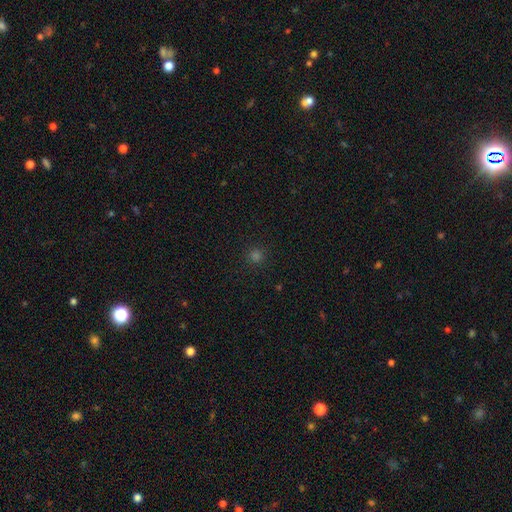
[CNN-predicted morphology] A smooth galaxy with no disk features (71%) that is round (94%).

Vote fractions:
- Smooth or featured? smooth: 71% / star or artifact: 25% / featured or disk: 4%
- How rounded? round: 94% / in between: 4% / cigar-shaped: 1%
- Merging? none: 91% / minor disturbance: 5% / major disturbance: 2% / merger: 1%